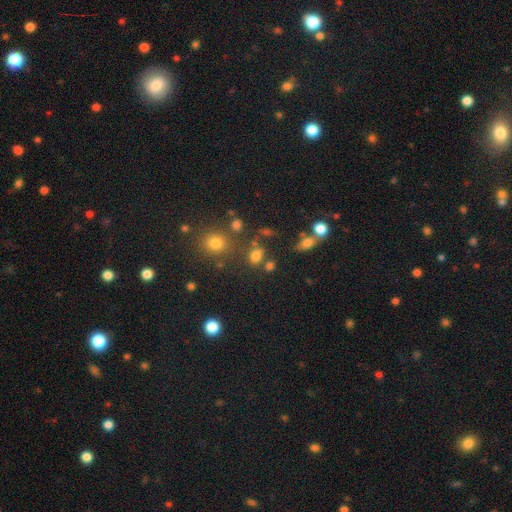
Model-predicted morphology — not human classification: This appears to be a smooth galaxy with no disk features (74%) that is in between round and cigar-shaped (54%). Merging: none (61%).